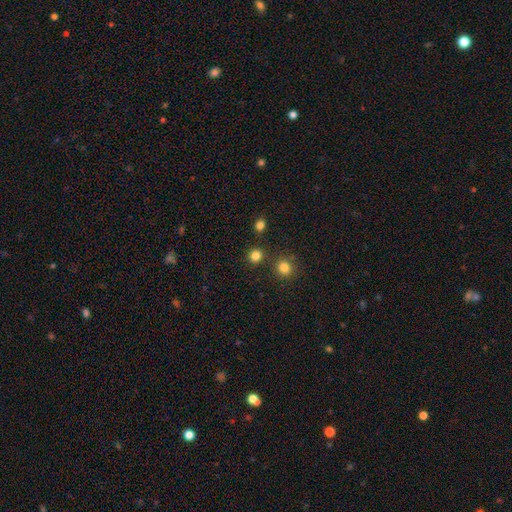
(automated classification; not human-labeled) Morphology: type=smooth (82%); roundness=round (89%); merging=none (84%).